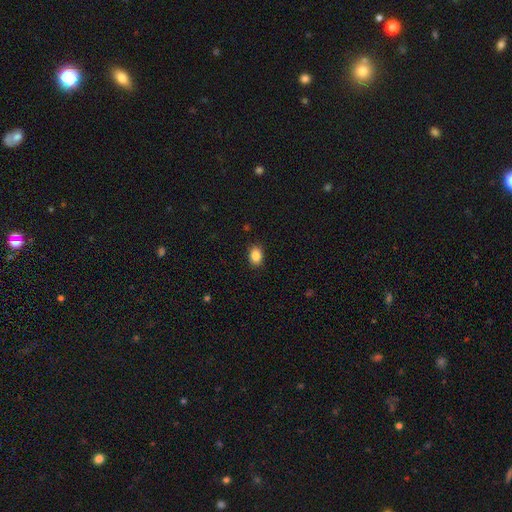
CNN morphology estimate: Smooth or featured: smooth — 86% (star or artifact — 9%)
How rounded: in between — 69% (round — 30%)
Merging: none — 88% (minor disturbance — 9%)